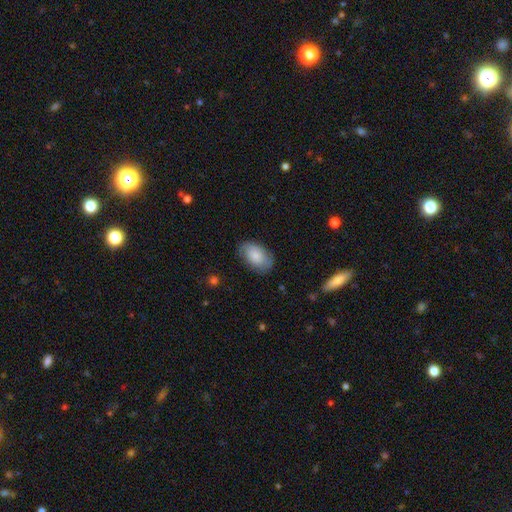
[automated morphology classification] The model was most divided on "smooth or featured": smooth: 71%, featured or disk: 22%, star or artifact: 7%. More confident: how rounded — in between (93%); merging — none (77%).